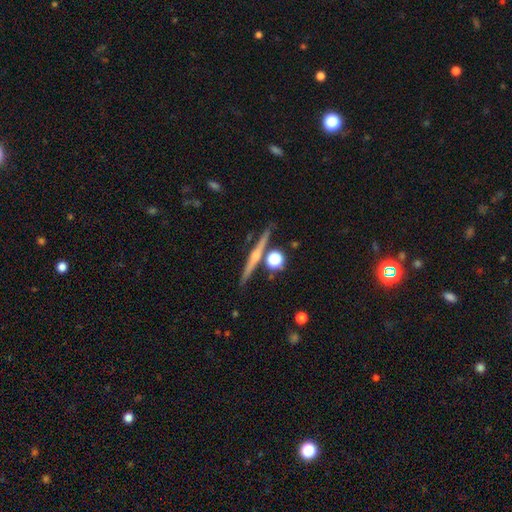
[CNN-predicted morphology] Overall: featured or disk (73%). Edge-on disk: yes (98%). Edge-on bulge: rounded (81%). Merging: none (86%).